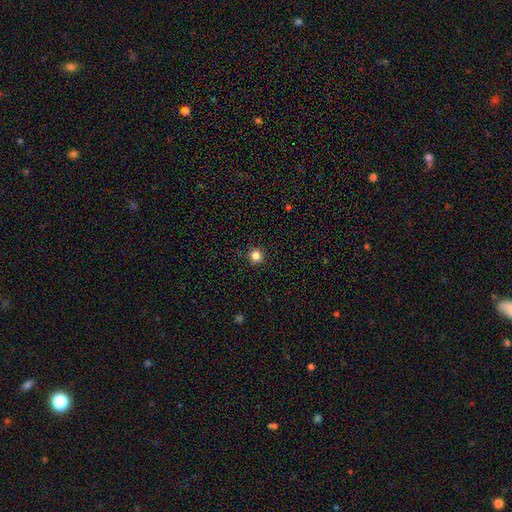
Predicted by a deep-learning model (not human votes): A smooth galaxy with no disk features (84%) that is round (96%).

Vote fractions:
- Smooth or featured? smooth: 84% / star or artifact: 13% / featured or disk: 4%
- How rounded? round: 96% / in between: 4% / cigar-shaped: 1%
- Merging? none: 92% / minor disturbance: 5% / major disturbance: 2% / merger: 1%